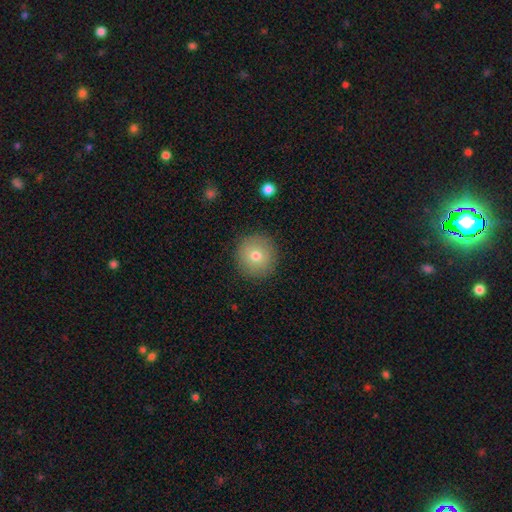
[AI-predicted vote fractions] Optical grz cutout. It shows a smooth galaxy with no disk features (75%) that is round (95%). Merging: none (90%).